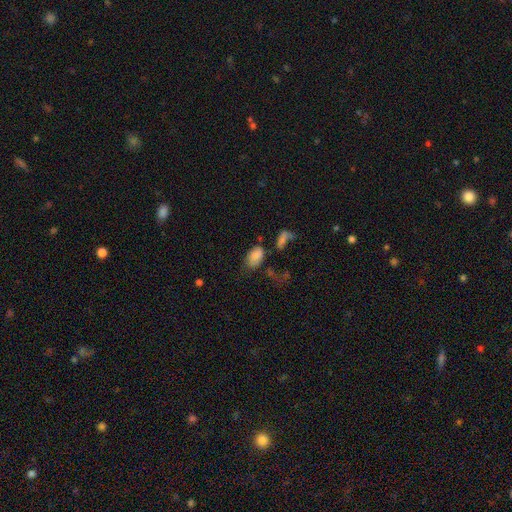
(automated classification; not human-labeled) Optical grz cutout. It shows a smooth galaxy with no disk features (81%) that is in between round and cigar-shaped (91%). Merging: none (52%).